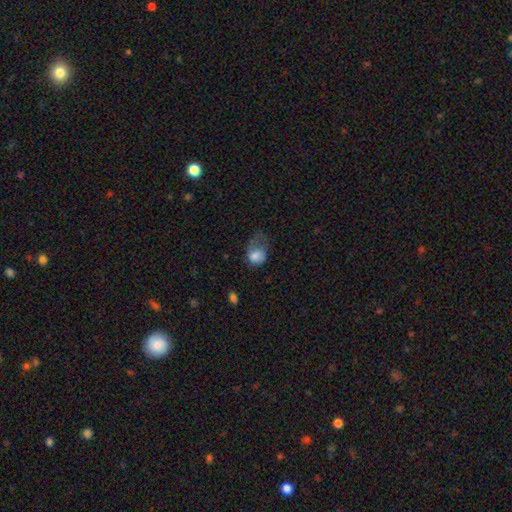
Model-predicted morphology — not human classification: Smooth or featured? Predicted: smooth (p=0.73). How rounded? Predicted: in between (p=0.56). Merging? Predicted: major disturbance (p=0.55).